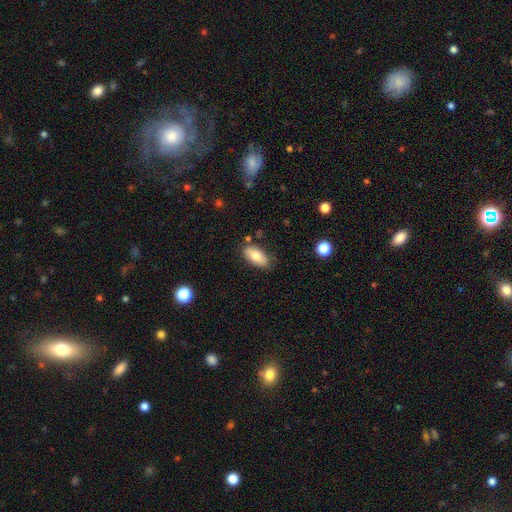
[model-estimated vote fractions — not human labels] smooth-or-featured: smooth: 78% | featured or disk: 15% | star or artifact: 7%
  how-rounded: in between: 91% | cigar-shaped: 6% | round: 3%
  merging: none: 80% | minor disturbance: 14% | merger: 3% | major disturbance: 3%